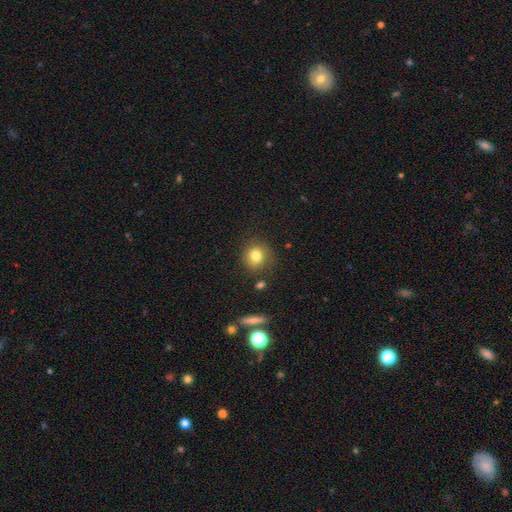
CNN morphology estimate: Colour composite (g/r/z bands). It shows a smooth galaxy with no disk features (80%) that is round (82%). Merging: none (79%).